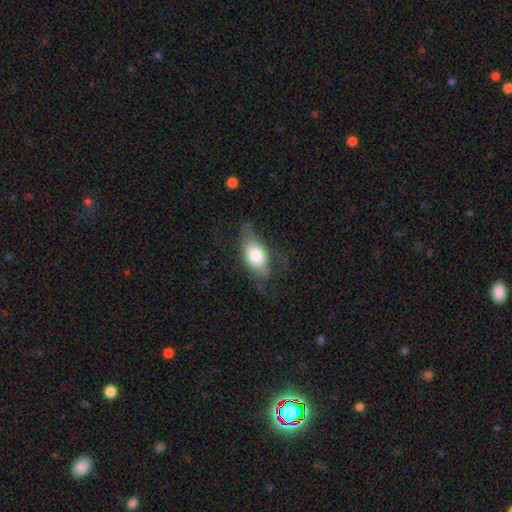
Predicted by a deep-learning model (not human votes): A smooth galaxy with no disk features (66%) that is in between round and cigar-shaped (82%). Merging: none (50%).